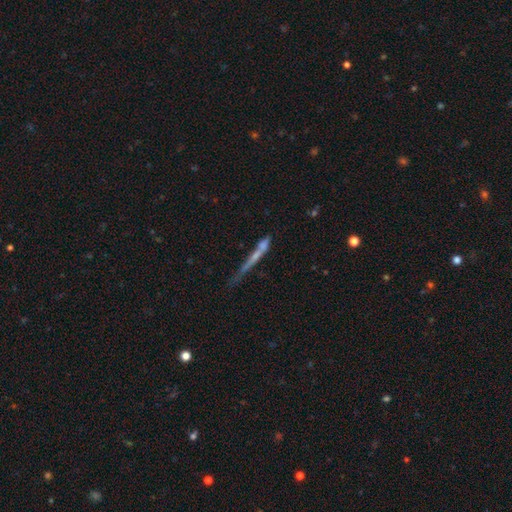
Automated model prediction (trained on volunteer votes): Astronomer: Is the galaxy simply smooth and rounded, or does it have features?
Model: featured or disk — 49% (runner-up: smooth, 38%).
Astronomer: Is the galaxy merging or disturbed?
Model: none — 46%.